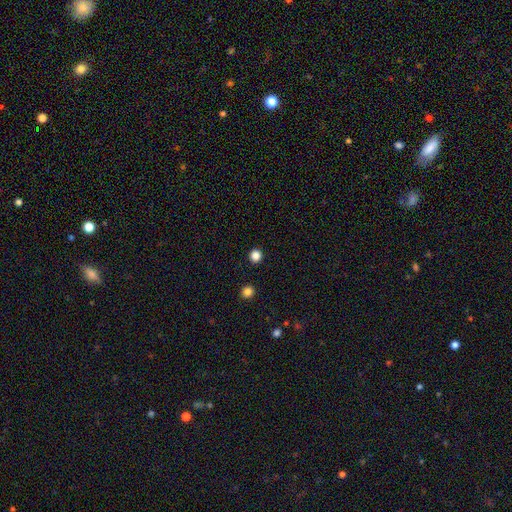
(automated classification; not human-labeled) A smooth galaxy with no disk features (83%) that is round (94%).

Vote fractions:
- Smooth or featured? smooth: 83% / star or artifact: 13% / featured or disk: 3%
- How rounded? round: 94% / in between: 6% / cigar-shaped: 1%
- Merging? none: 93% / minor disturbance: 4% / major disturbance: 2% / merger: 2%